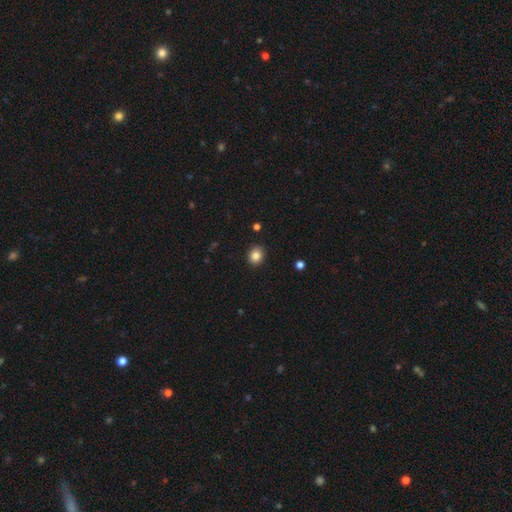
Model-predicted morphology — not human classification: type=smooth (86%); roundness=round (70%); merging=none (89%).